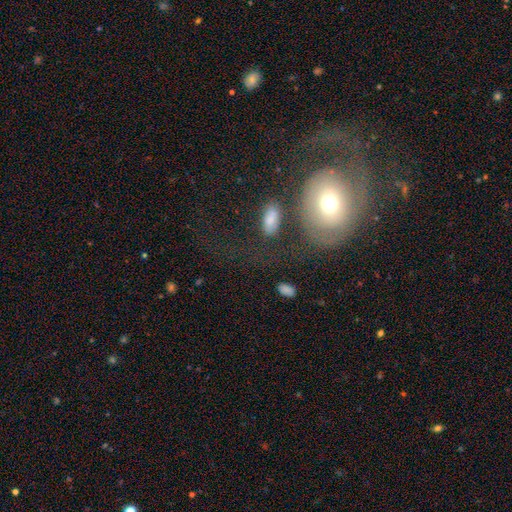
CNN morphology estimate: type=featured or disk (55%); edge-on=no (95%); bar=no (72%); spiral arms=yes (59%); bulge=moderate (65%); merging=major disturbance (33%).